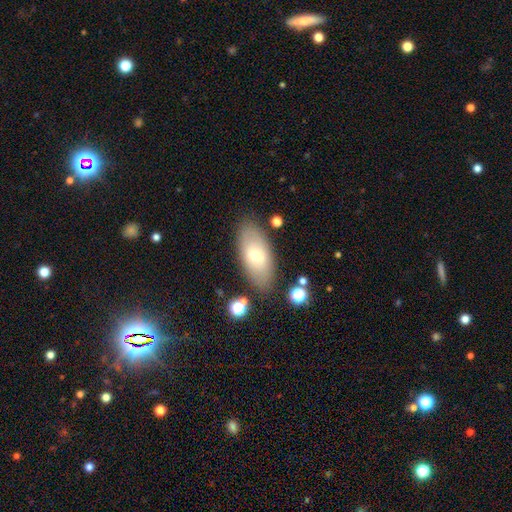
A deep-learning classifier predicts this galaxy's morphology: This appears to be a smooth galaxy with no disk features (65%) that is in between round and cigar-shaped (87%). Merging: none (82%).